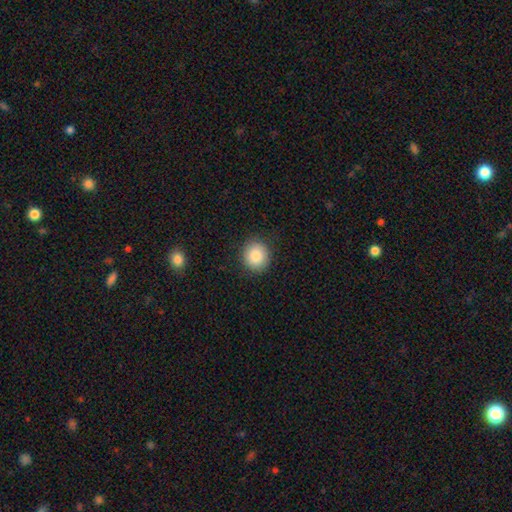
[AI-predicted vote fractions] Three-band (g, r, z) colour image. It shows a smooth galaxy with no disk features (86%) that is round (86%). Merging: none (89%).